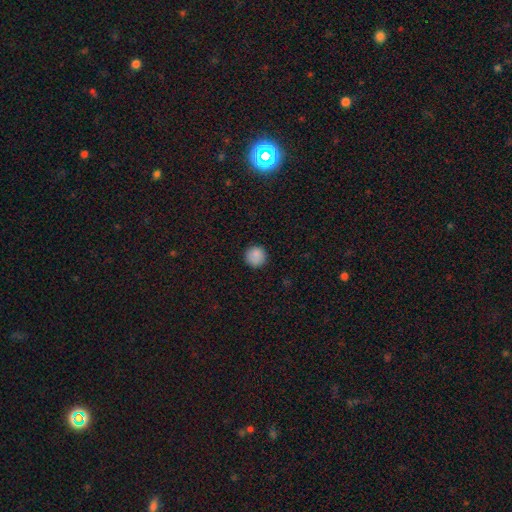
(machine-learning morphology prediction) Overall: smooth (86%). How rounded: round (95%). Merging: none (90%).